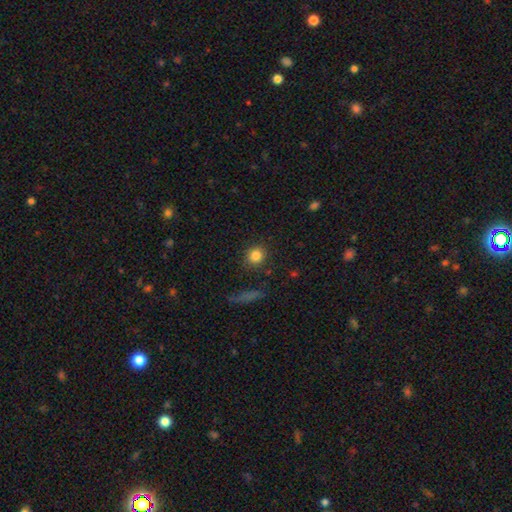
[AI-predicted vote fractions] smooth 83%, star or artifact 11%, featured or disk 6%. Down the decision tree: how rounded — round (88%); merging — none (88%).